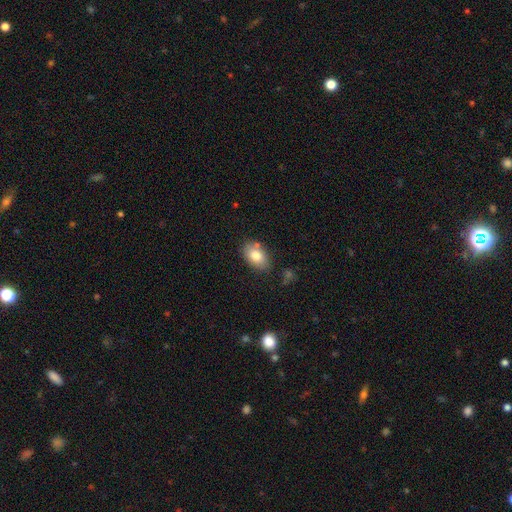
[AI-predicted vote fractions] Smooth or featured?
  - smooth: 79% *
  - featured or disk: 13%
  - star or artifact: 8%
How rounded?
  - in between: 86% *
  - round: 13%
  - cigar-shaped: 1%
Merging?
  - none: 74% *
  - minor disturbance: 16%
  - merger: 7%
  - major disturbance: 4%